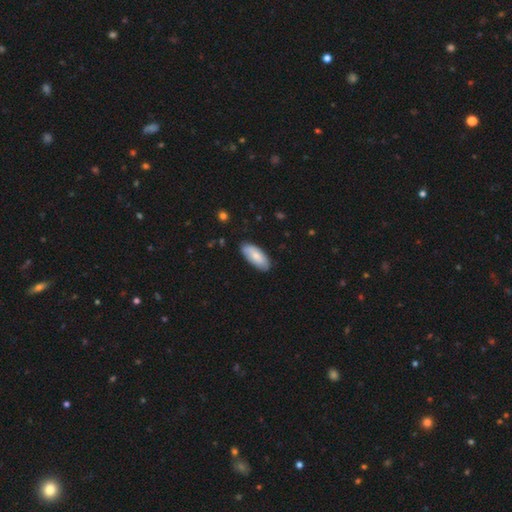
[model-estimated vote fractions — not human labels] This appears to be a smooth galaxy with no disk features (78%) that is in between round and cigar-shaped (87%). Merging: none (84%).